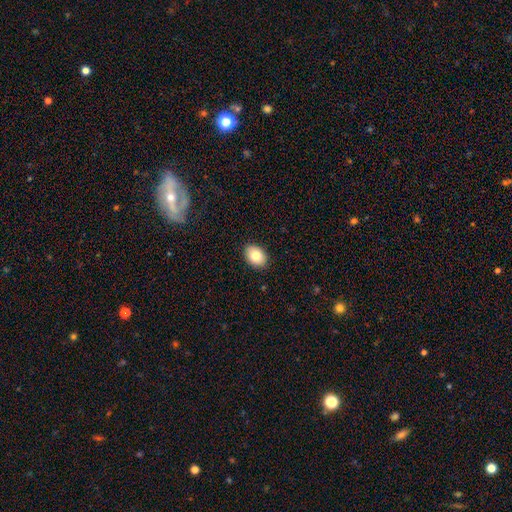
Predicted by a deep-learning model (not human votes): Smooth or featured: smooth — 83% (featured or disk — 9%)
How rounded: in between — 75% (round — 24%)
Merging: none — 89% (minor disturbance — 9%)